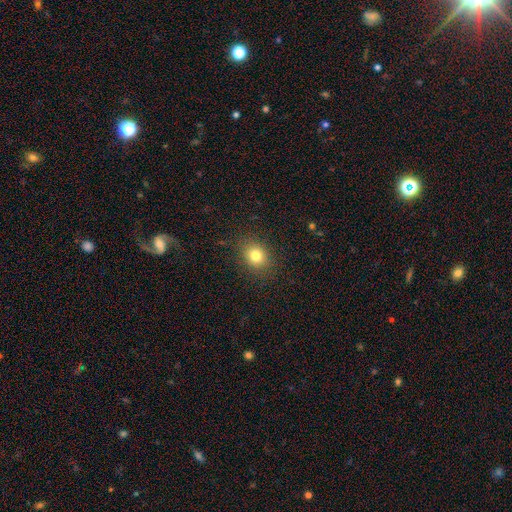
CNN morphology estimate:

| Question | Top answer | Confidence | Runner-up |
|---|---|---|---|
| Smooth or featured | smooth | 79% | star or artifact (13%) |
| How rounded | round | 63% | in between (36%) |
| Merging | none | 87% | minor disturbance (9%) |